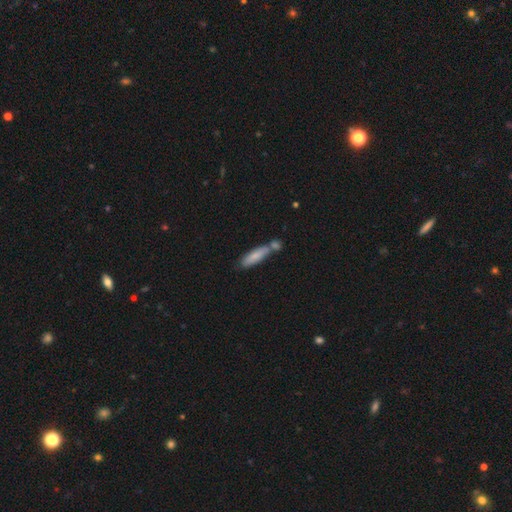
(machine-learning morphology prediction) type=smooth (77%); roundness=cigar-shaped (64%); merging=none (45%).